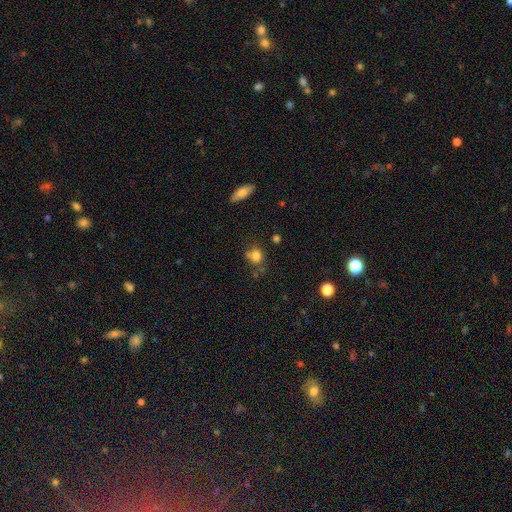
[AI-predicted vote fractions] smooth-or-featured: smooth: 76% | star or artifact: 13% | featured or disk: 11%
  how-rounded: round: 61% | in between: 38% | cigar-shaped: 2%
  merging: none: 53% | minor disturbance: 21% | merger: 17% | major disturbance: 8%